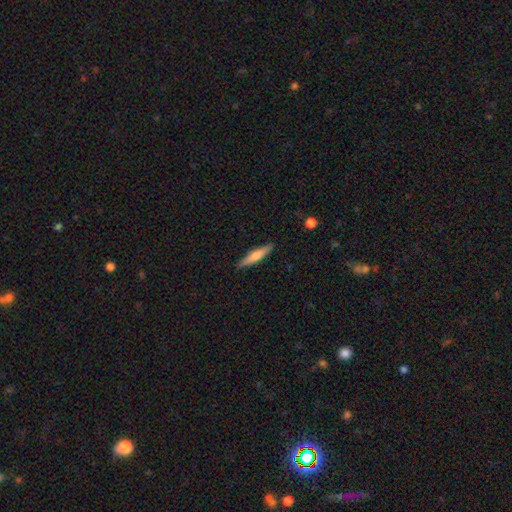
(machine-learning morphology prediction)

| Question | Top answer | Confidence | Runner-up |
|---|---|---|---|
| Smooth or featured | smooth | 57% | featured or disk (38%) |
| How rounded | cigar-shaped | 88% | in between (11%) |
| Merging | none | 90% | minor disturbance (7%) |